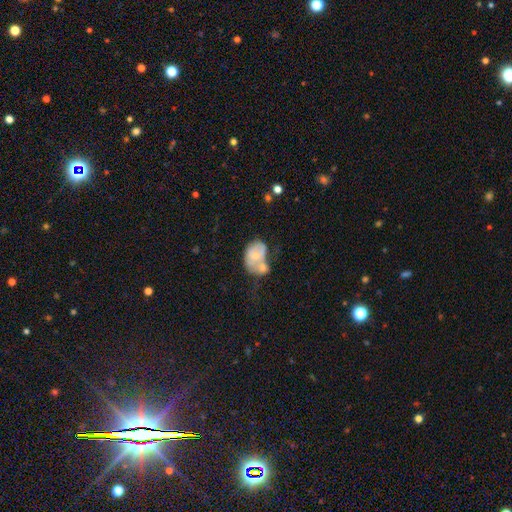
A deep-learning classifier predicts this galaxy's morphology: The model was most divided on "smooth or featured": smooth: 57%, featured or disk: 36%, star or artifact: 7%. More confident: how rounded — in between (72%); merging — merger (57%).